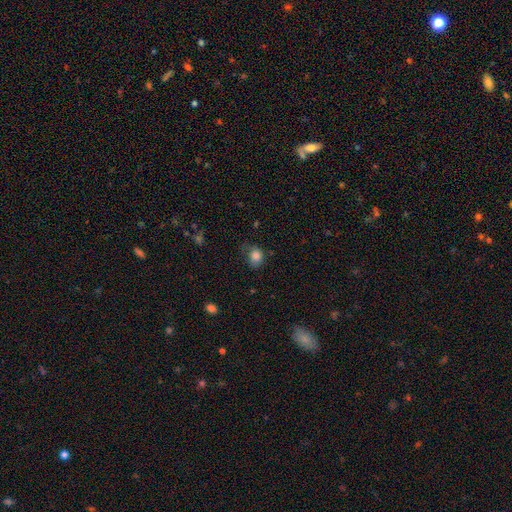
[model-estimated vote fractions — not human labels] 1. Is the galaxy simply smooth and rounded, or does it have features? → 82% smooth, 10% star or artifact, 8% featured or disk.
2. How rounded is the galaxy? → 50% round, 49% in between, 1% cigar-shaped.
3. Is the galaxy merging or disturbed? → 52% none, 33% minor disturbance, 13% major disturbance, 2% merger.